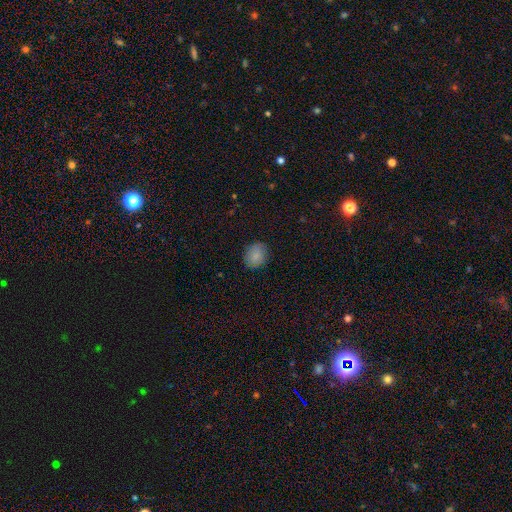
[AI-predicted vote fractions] The model was most divided on "how rounded": round: 57%, in between: 42%, cigar-shaped: 1%. More confident: smooth or featured — smooth (85%); merging — none (84%).